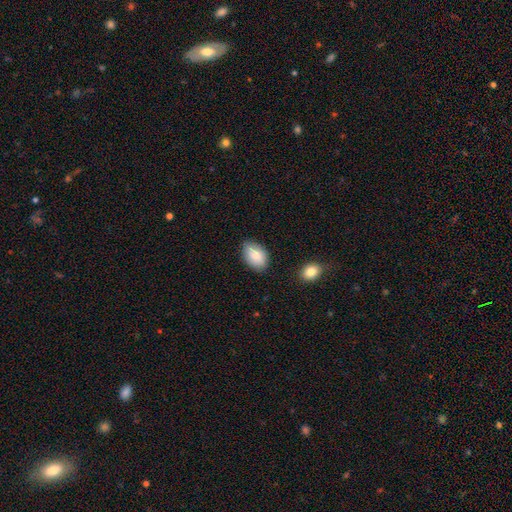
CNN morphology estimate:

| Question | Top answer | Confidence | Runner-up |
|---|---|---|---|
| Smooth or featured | smooth | 83% | featured or disk (11%) |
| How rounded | in between | 88% | round (10%) |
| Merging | none | 78% | minor disturbance (17%) |